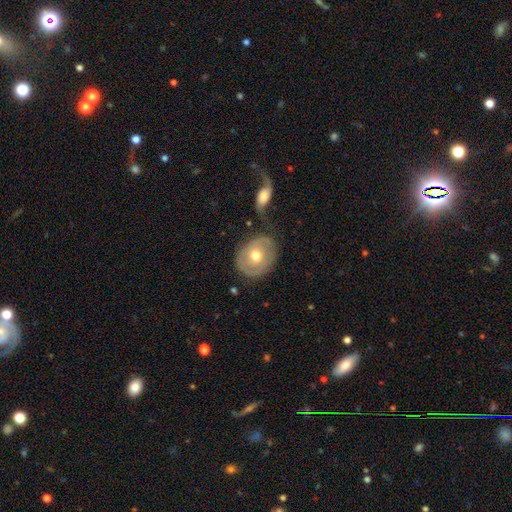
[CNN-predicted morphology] type=featured or disk (48%); merging=none (67%).